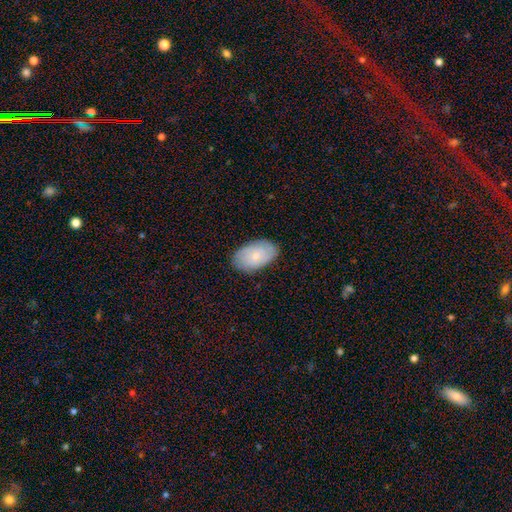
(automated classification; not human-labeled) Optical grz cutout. It shows a smooth galaxy with no disk features (64%) that is in between round and cigar-shaped (93%). Merging: none (82%).